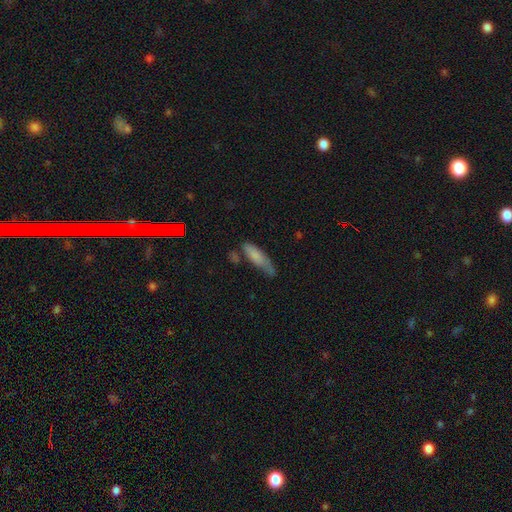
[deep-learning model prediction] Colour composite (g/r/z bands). It shows a smooth galaxy with no disk features (76%) that is cigar-shaped (62%). Merging: none (46%).